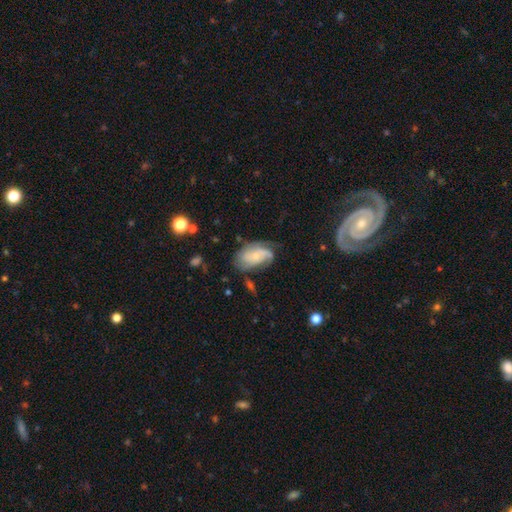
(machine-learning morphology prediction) smooth-or-featured: featured or disk: 65% | smooth: 28% | star or artifact: 7%
  disk-edge-on: no: 96% | yes: 4%
    bar: no: 71% | weak: 24% | strong: 5%
    has-spiral-arms: yes: 87% | no: 13%
      spiral-winding: tight: 38% (tied) | medium: 38% (tied) | loose: 23%
      spiral-arm-count: 2: 38% | can't tell: 28% | 1: 16% | 3: 12% | 4: 3% | more than 4: 3%
    bulge-size: small: 65% | moderate: 26% | none: 5% | large: 2% | dominant: 1%
  merging: none: 51% | minor disturbance: 28% | major disturbance: 18% | merger: 4%